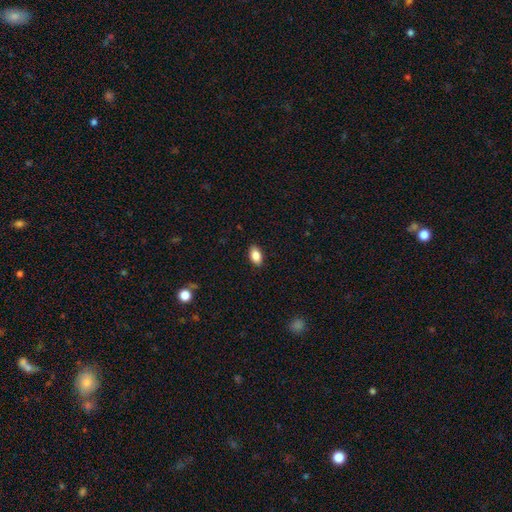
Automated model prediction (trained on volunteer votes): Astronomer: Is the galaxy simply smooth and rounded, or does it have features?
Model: smooth — 87%.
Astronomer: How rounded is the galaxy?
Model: in between — 91%.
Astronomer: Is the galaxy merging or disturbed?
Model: none — 89%.